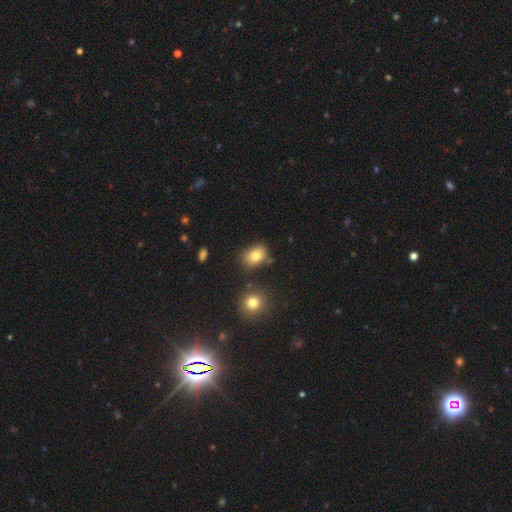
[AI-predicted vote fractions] Morphology: type=smooth (81%); roundness=in between (73%); merging=none (73%).